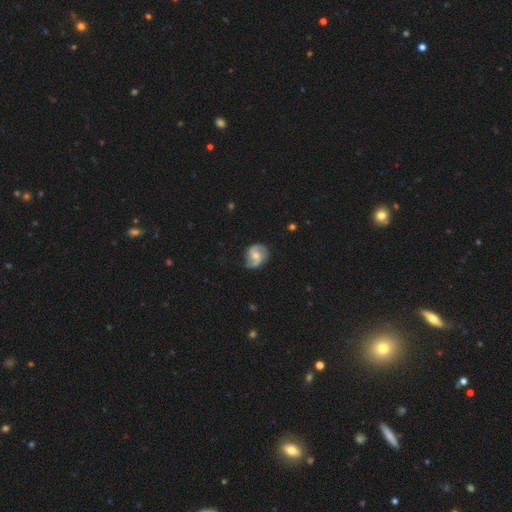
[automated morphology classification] The model was most divided on "spiral winding": medium: 44%, loose: 39%, tight: 17%. Remaining: edge-on disk — no (98%); spiral arms — yes (94%); spiral arm count — 2 (89%); smooth or featured — featured or disk (79%); merging — none (71%); bulge size — moderate (62%); bar — no (47%).